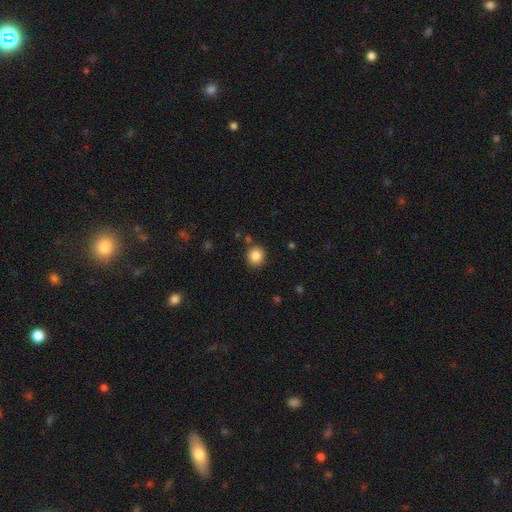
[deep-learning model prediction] The model was most divided on "how rounded": round: 85%, in between: 15%, cigar-shaped: 1%. More confident: merging — none (86%); smooth or featured — smooth (85%).